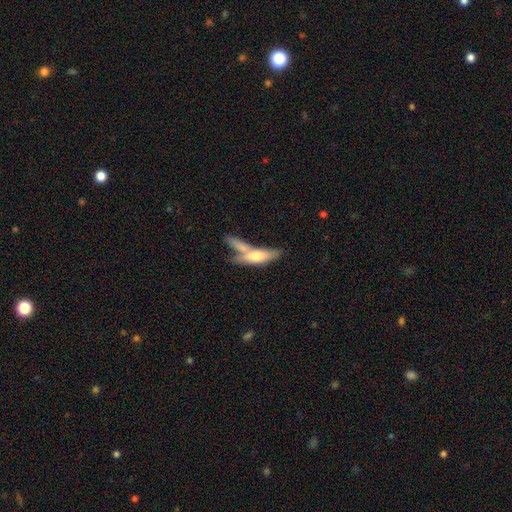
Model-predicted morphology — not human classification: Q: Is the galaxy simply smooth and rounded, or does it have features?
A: smooth — 59%.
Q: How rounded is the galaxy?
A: cigar-shaped — 60%.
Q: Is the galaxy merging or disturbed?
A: merger — 44%.